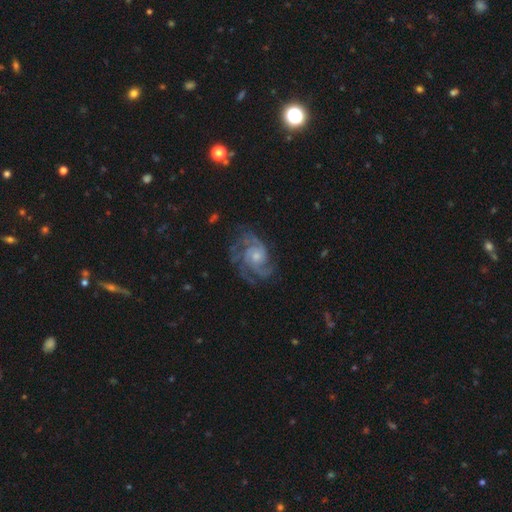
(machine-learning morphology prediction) This is clearly a featured or disk galaxy (90%). It is clearly not viewed edge-on (98%). Bar: likely no (72%). Spiral arm pattern: clearly yes (98%). Spiral arm count: marginally 3 (40%). Spiral winding: possibly tight (49%). Central bulge: possibly small (48%). Merging: likely none (71%).